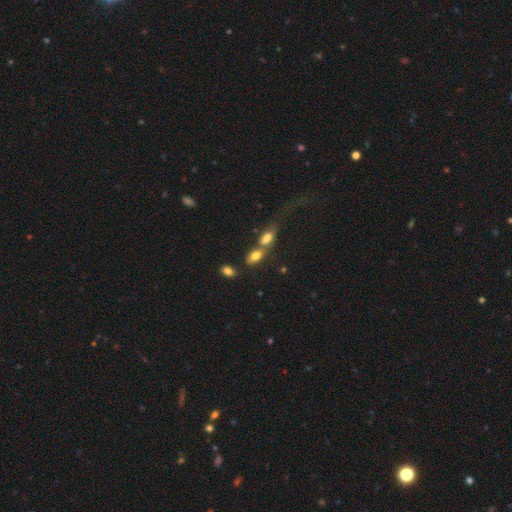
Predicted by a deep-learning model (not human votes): Smooth or featured? Predicted: smooth (p=0.74). How rounded? Predicted: in between (p=0.85). Merging? Predicted: merger (p=0.50).